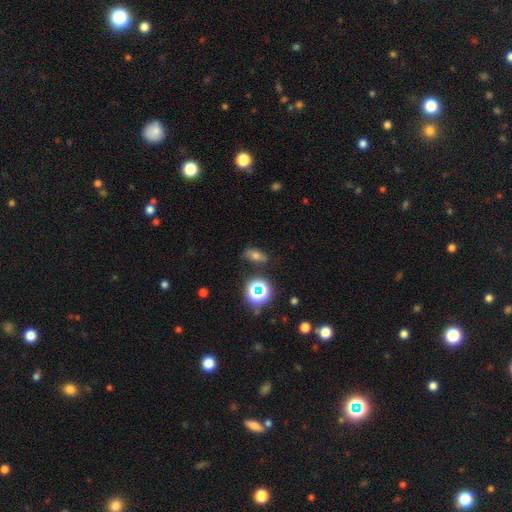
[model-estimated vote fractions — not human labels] The model was most divided on "smooth or featured": smooth: 51%, star or artifact: 28%, featured or disk: 20%. More confident: merging — none (77%); how rounded — in between (72%).